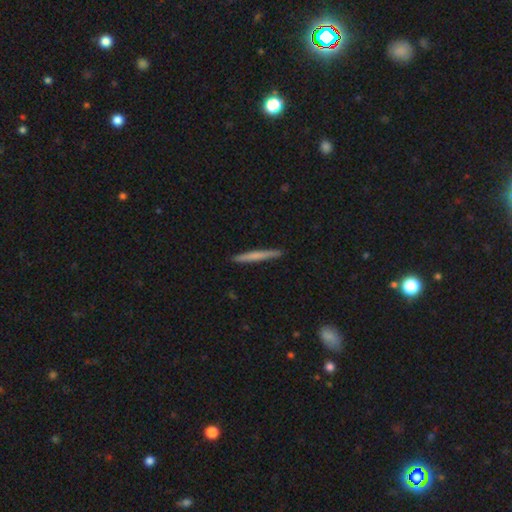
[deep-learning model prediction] A smooth galaxy with no disk features (58%) that is cigar-shaped (97%).

Vote fractions:
- Smooth or featured? smooth: 58% / featured or disk: 37% / star or artifact: 5%
- How rounded? cigar-shaped: 97% / in between: 2% / round: 1%
- Merging? none: 92% / minor disturbance: 6% / major disturbance: 1% / merger: 1%